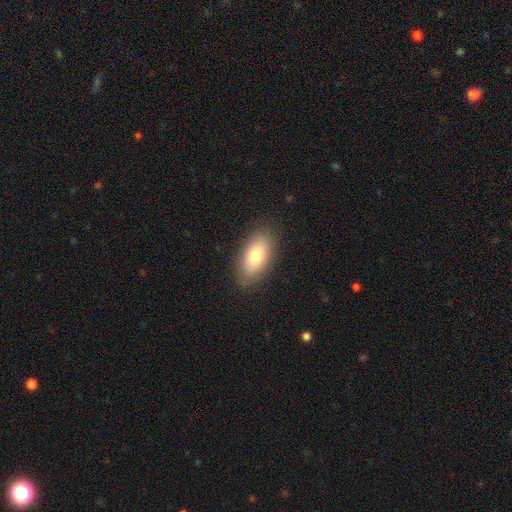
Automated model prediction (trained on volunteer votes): Overall: smooth (78%). How rounded: in between (90%). Merging: none (86%).